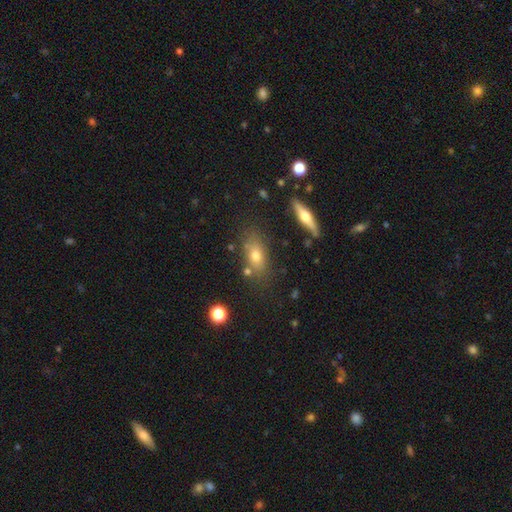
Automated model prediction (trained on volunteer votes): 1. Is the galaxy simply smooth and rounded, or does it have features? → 66% smooth, 21% featured or disk, 13% star or artifact.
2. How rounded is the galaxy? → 74% in between, 13% round, 12% cigar-shaped.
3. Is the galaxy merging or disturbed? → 72% none, 15% minor disturbance, 9% merger, 5% major disturbance.